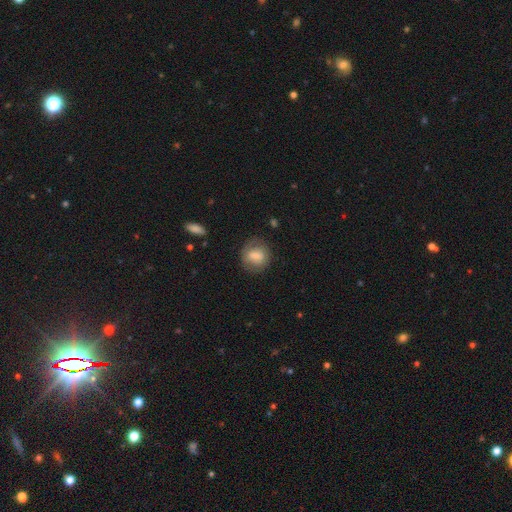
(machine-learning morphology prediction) The model was most divided on "smooth or featured": smooth: 67%, featured or disk: 26%, star or artifact: 8%. More confident: merging — none (72%); how rounded — round (70%).